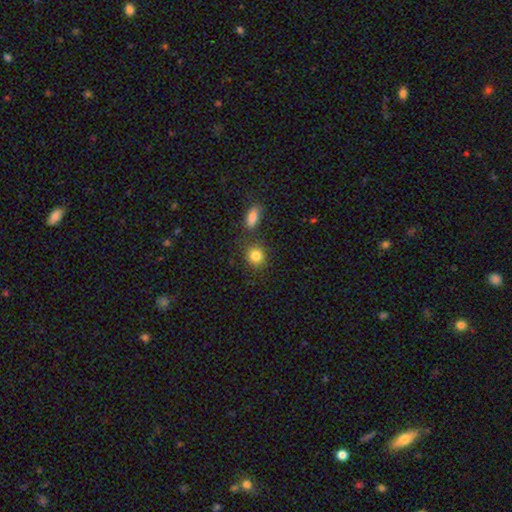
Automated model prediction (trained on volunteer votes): smooth 84%, star or artifact 10%, featured or disk 6%. Down the decision tree: how rounded — round (79%); merging — none (77%).